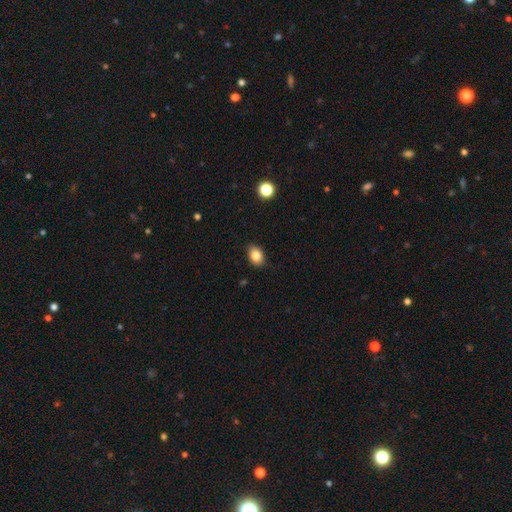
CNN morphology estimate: A smooth galaxy with no disk features (83%) that is in between round and cigar-shaped (73%). Merging: none (86%).